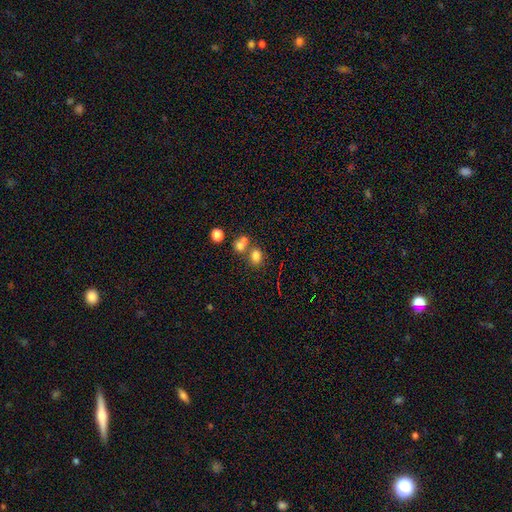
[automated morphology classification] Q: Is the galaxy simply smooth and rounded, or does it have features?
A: smooth — 75%.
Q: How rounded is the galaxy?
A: round — 50%.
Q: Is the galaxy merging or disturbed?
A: none — 51%.